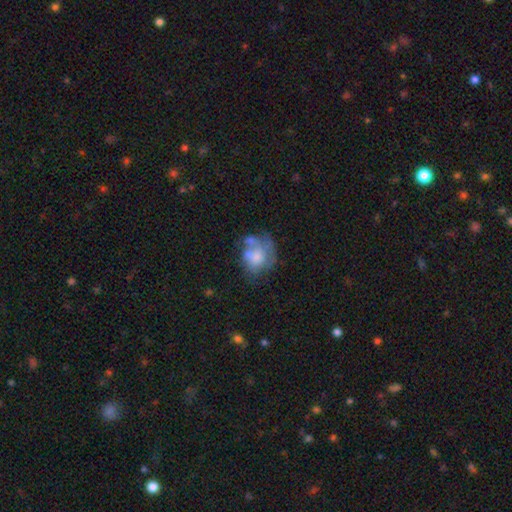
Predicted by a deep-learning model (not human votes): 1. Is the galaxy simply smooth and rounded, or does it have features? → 47% smooth, 43% featured or disk, 9% star or artifact.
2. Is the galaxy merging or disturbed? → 34% none, 25% major disturbance, 23% minor disturbance, 18% merger.